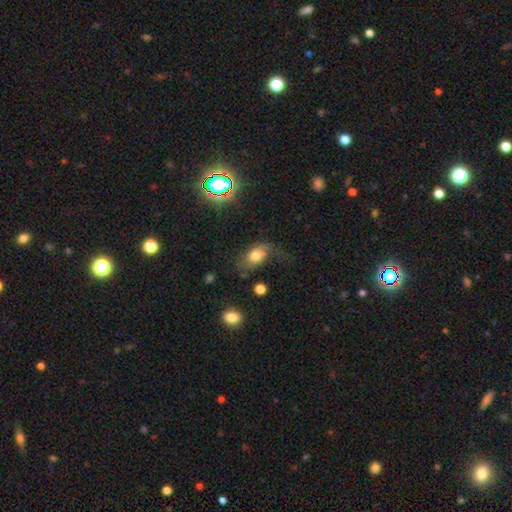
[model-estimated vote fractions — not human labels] Smooth or featured: smooth — 60% (featured or disk — 29%)
How rounded: in between — 84% (round — 13%)
Merging: none — 40% (major disturbance — 32%)